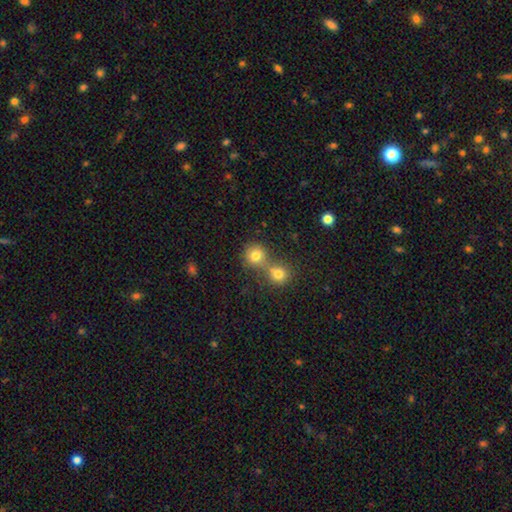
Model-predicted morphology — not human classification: type=smooth (78%); roundness=round (87%); merging=none (47%).